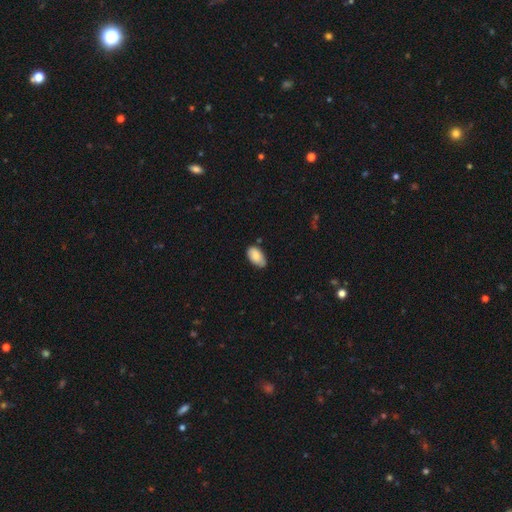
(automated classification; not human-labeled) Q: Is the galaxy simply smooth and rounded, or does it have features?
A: smooth — 83%.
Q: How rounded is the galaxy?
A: in between — 95%.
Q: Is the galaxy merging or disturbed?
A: none — 67%.